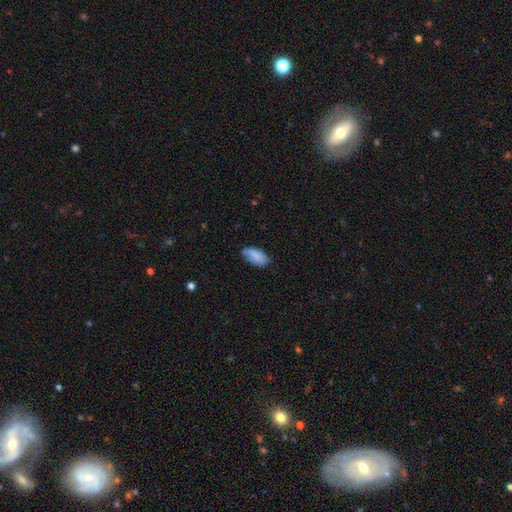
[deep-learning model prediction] Smooth or featured: smooth — 86% (featured or disk — 7%)
How rounded: in between — 93% (cigar-shaped — 5%)
Merging: none — 70% (minor disturbance — 24%)